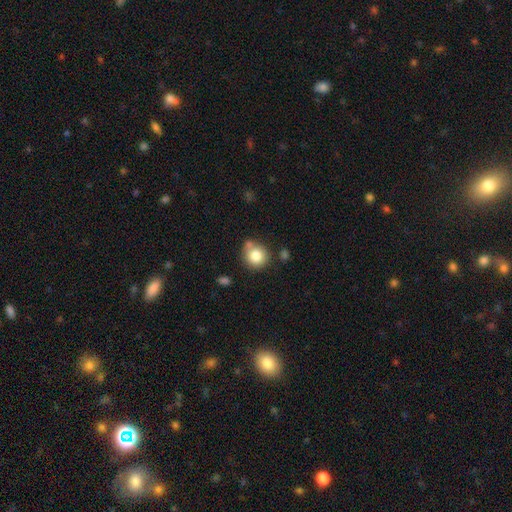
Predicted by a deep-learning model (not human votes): A smooth galaxy with no disk features (81%) that is round (88%).

Vote fractions:
- Smooth or featured? smooth: 81% / featured or disk: 9% / star or artifact: 9%
- How rounded? round: 88% / in between: 11% / cigar-shaped: 1%
- Merging? none: 64% / minor disturbance: 17% / merger: 15% / major disturbance: 5%